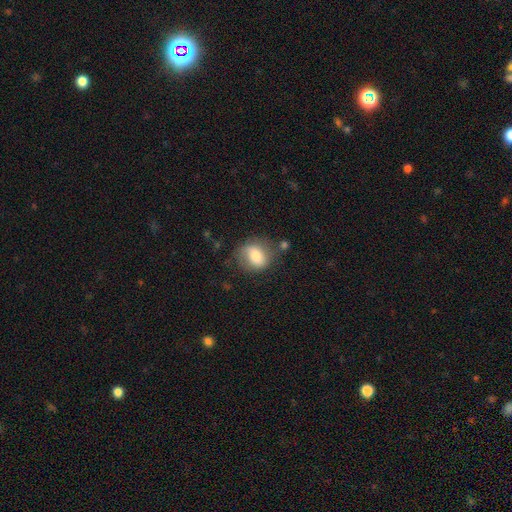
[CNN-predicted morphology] smooth_or_featured: smooth (p=0.70) [alt: featured or disk p=0.22]
how_rounded: round (p=0.59) [alt: in between p=0.40]
merging: none (p=0.62) [alt: minor disturbance p=0.23]